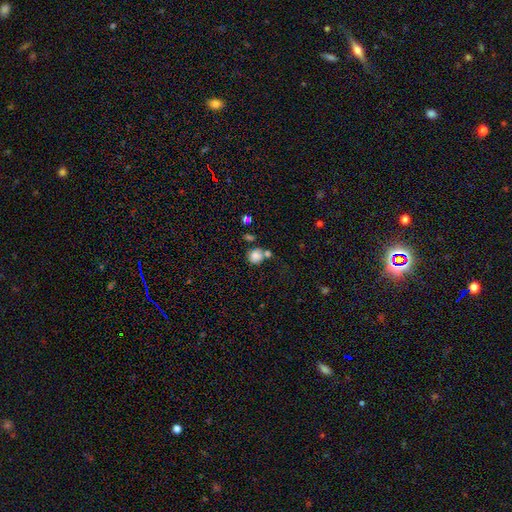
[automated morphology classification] smooth-or-featured: smooth: 77% | featured or disk: 12% | star or artifact: 11%
  how-rounded: round: 83% | in between: 16% | cigar-shaped: 1%
  merging: none: 49% | merger: 27% | minor disturbance: 16% | major disturbance: 7%